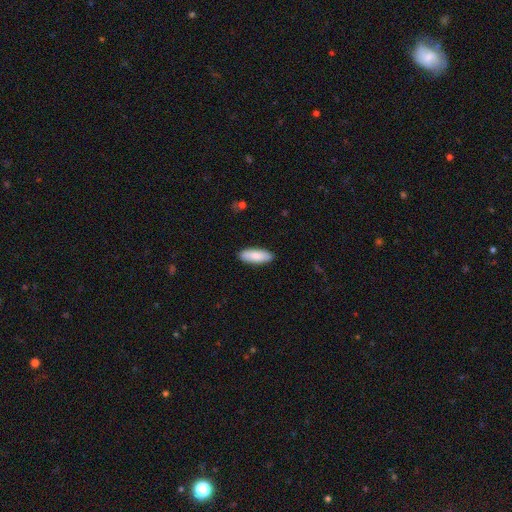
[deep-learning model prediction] Smooth or featured?
  - smooth: 86% *
  - featured or disk: 9%
  - star or artifact: 5%
How rounded?
  - in between: 69% *
  - cigar-shaped: 30%
  - round: 2%
Merging?
  - none: 89% *
  - minor disturbance: 8%
  - major disturbance: 2%
  - merger: 1%